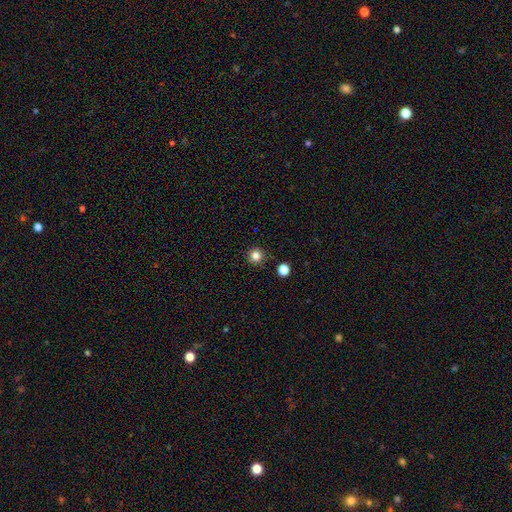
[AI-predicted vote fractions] Smooth or featured? Predicted: smooth (p=0.83). How rounded? Predicted: round (p=0.96). Merging? Predicted: none (p=0.90).